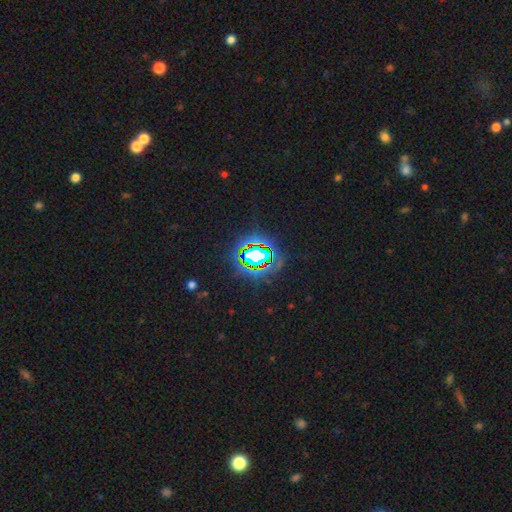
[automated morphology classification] A star or artifact, not a galaxy (69%).

Vote fractions:
- Smooth or featured? star or artifact: 69% / smooth: 17% / featured or disk: 14%